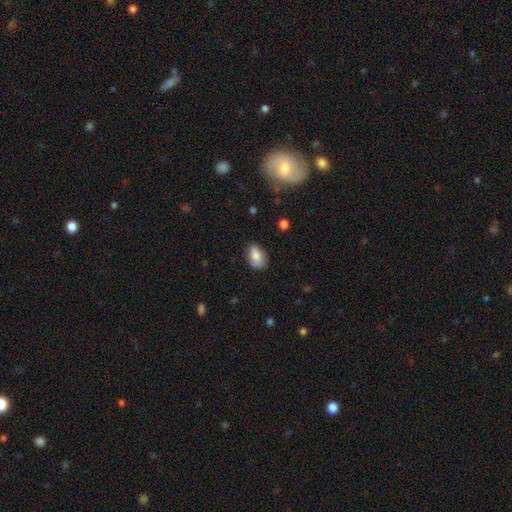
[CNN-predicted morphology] smooth_or_featured: smooth (p=0.83) [alt: featured or disk p=0.09]
how_rounded: in between (p=0.89) [alt: round p=0.10]
merging: none (p=0.76) [alt: minor disturbance p=0.19]